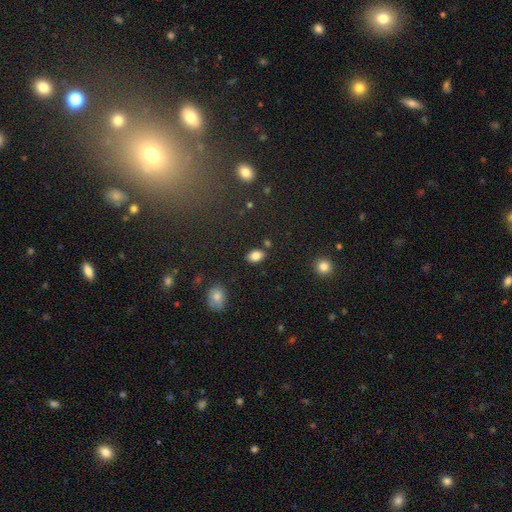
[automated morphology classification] Smooth or featured? smooth (83%)
How rounded? in between (87%)
Merging? none (82%)